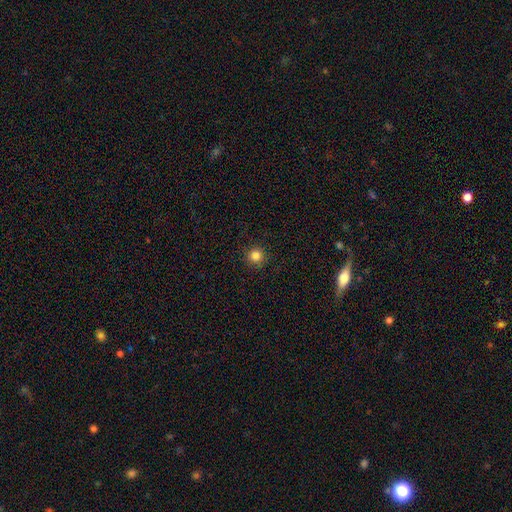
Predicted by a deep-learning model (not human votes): smooth 83%, star or artifact 12%, featured or disk 5%. Down the decision tree: how rounded — round (96%); merging — none (92%).